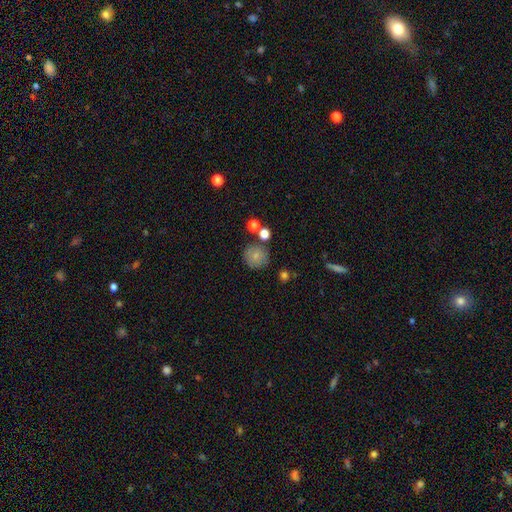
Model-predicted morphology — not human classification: This appears to be a smooth galaxy with no disk features (78%) that is round (89%). Merging: none (77%).